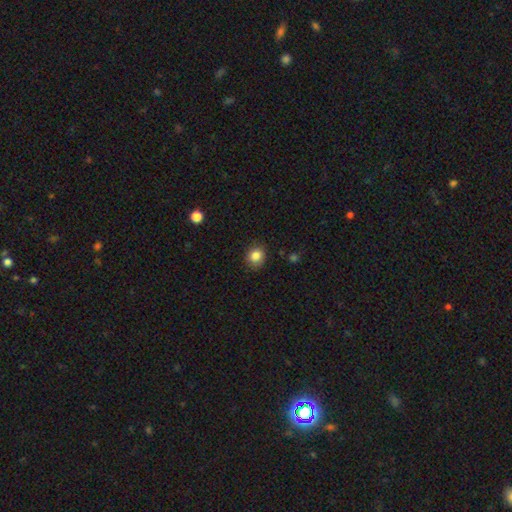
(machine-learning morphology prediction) Smooth or featured? Predicted: smooth (p=0.85). How rounded? Predicted: round (p=0.74). Merging? Predicted: none (p=0.85).